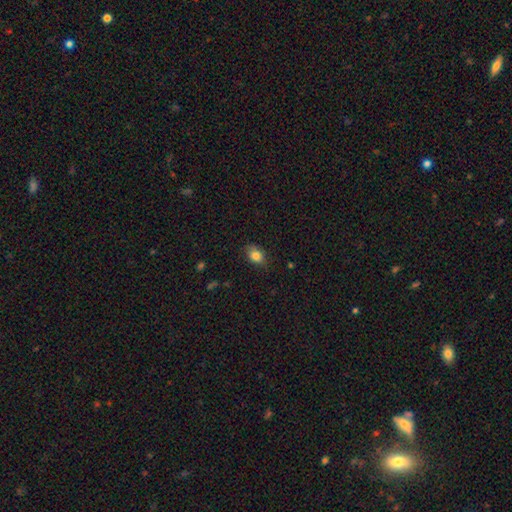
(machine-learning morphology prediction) smooth_or_featured: smooth (p=0.83) [alt: star or artifact p=0.09]
how_rounded: in between (p=0.73) [alt: round p=0.25]
merging: none (p=0.77) [alt: minor disturbance p=0.19]